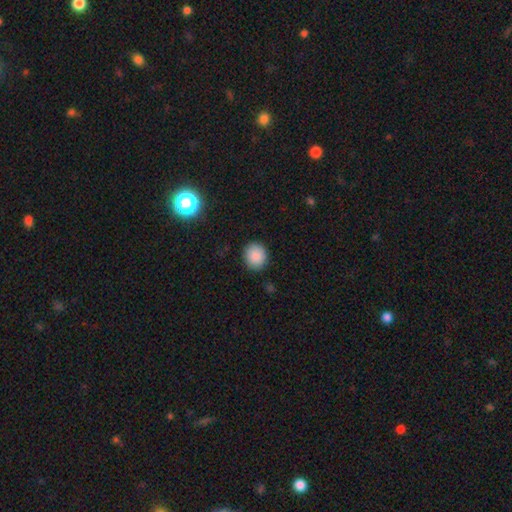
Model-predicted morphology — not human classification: The model was most divided on "how rounded": round: 84%, in between: 15%, cigar-shaped: 1%. More confident: merging — none (90%); smooth or featured — smooth (87%).